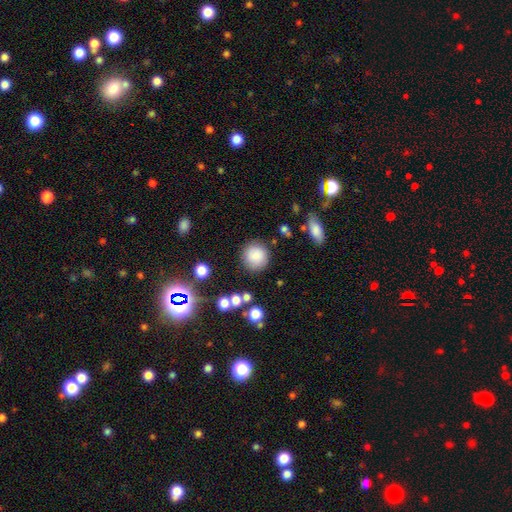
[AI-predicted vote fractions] This is clearly a smooth galaxy (82%). How rounded: clearly round (92%). Merging: clearly none (85%).